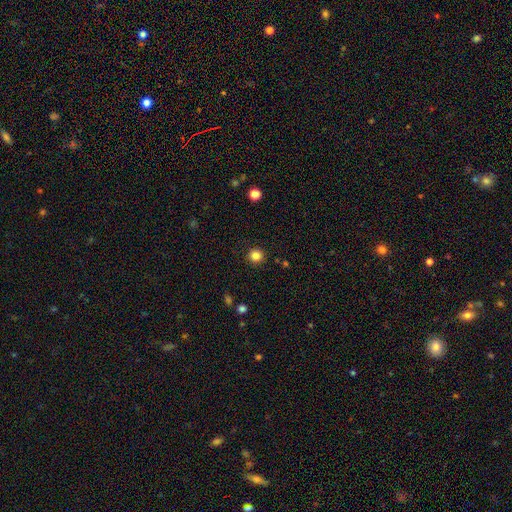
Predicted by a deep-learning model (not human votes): This appears to be a smooth galaxy with no disk features (85%) that is round (94%). Merging: none (91%).